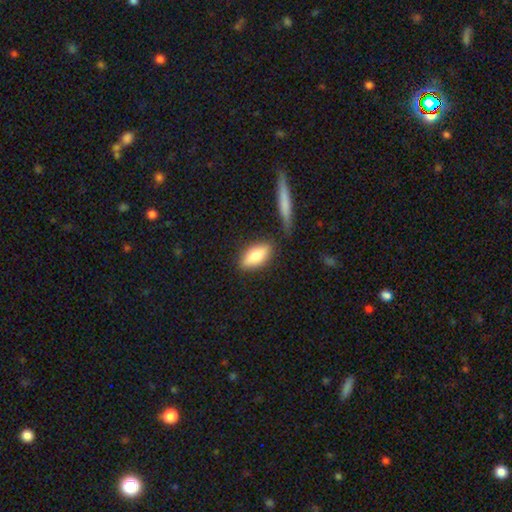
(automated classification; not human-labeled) This appears to be a smooth galaxy with no disk features (71%) that is in between round and cigar-shaped (78%). Merging: none (78%).